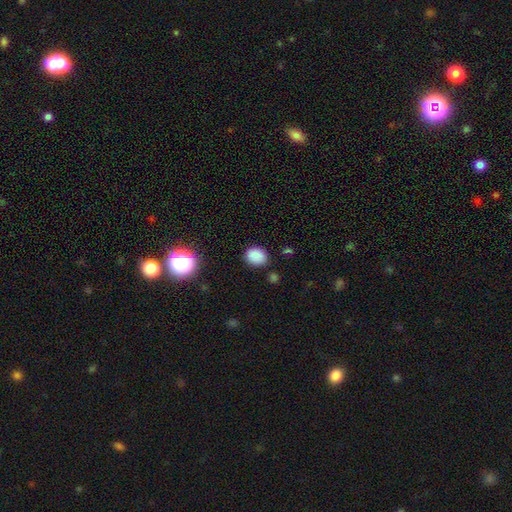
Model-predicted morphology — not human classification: This is clearly a smooth galaxy (83%). How rounded: possibly round (55%). Merging: clearly none (83%).